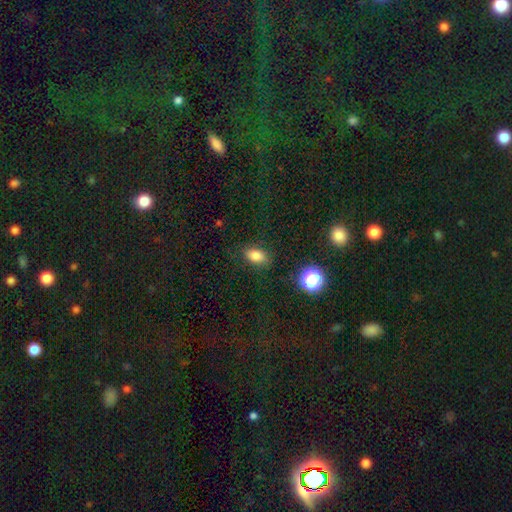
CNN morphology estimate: Smooth or featured? Predicted: smooth (p=0.82). How rounded? Predicted: in between (p=0.84). Merging? Predicted: none (p=0.84).